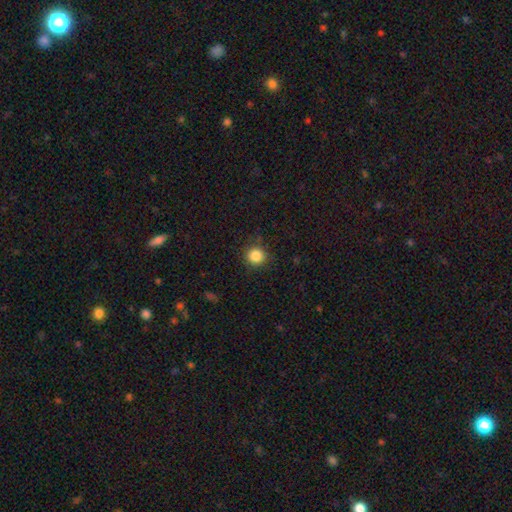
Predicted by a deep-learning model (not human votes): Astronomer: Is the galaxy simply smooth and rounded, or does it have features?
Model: smooth — 85%.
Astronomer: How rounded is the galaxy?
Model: round — 93%.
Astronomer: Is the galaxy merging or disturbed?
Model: none — 88%.